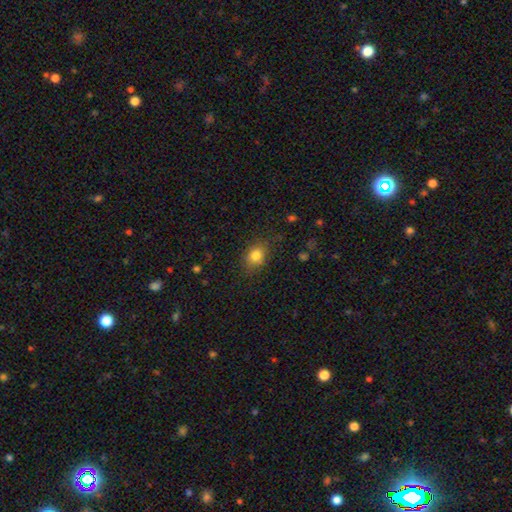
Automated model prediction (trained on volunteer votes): Smooth or featured?
  - smooth: 81% *
  - star or artifact: 11%
  - featured or disk: 8%
How rounded?
  - in between: 59% *
  - round: 40%
  - cigar-shaped: 1%
Merging?
  - none: 80% *
  - minor disturbance: 14%
  - major disturbance: 5%
  - merger: 1%